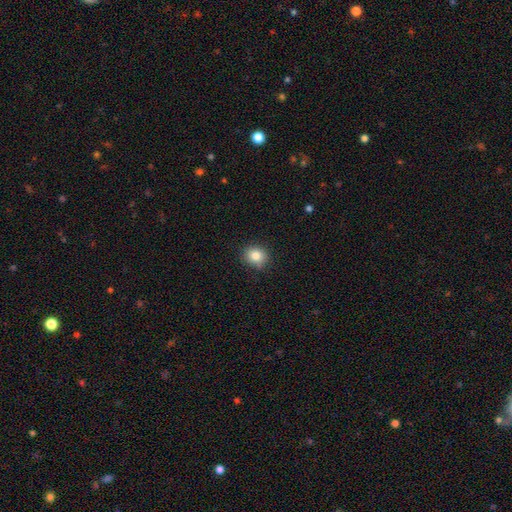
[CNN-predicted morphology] Smooth or featured: smooth — 84% (star or artifact — 10%)
How rounded: round — 76% (in between — 23%)
Merging: none — 85% (minor disturbance — 12%)